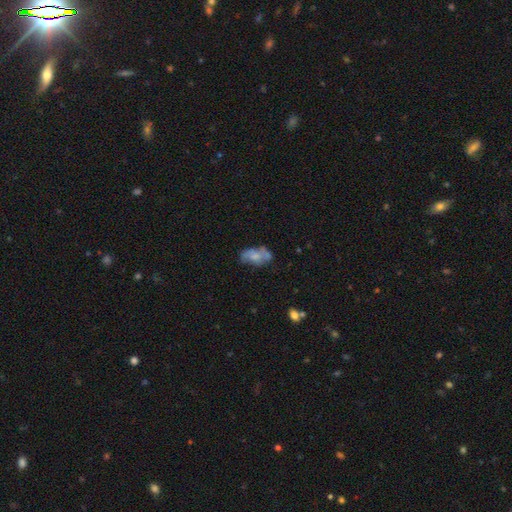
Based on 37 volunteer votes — smooth-or-featured: featured or disk: 51% | smooth: 43% | star or artifact: 5%
  disk-edge-on: no: 100% | yes: 0%
    bar: no: 74% | weak: 26% | strong: 0%
    has-spiral-arms: no: 74% | yes: 26%
    bulge-size: none: 42% | small: 37% | moderate: 21% | dominant: 0% | large: 0%
  merging: minor disturbance: 37% | none: 31% | merger: 17% | major disturbance: 14%